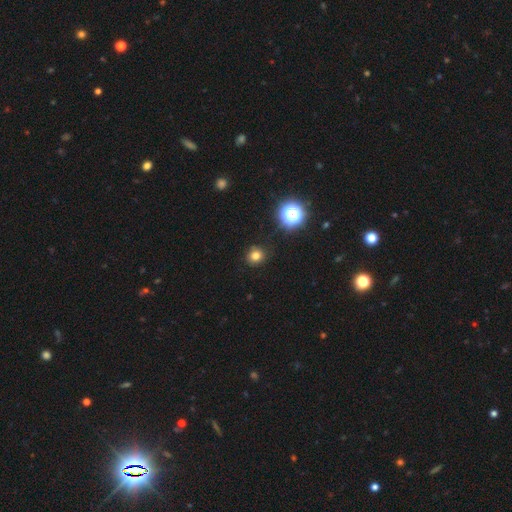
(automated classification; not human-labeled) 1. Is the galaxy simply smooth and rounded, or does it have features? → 77% smooth, 17% star or artifact, 6% featured or disk.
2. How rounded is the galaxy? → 87% round, 12% in between, 1% cigar-shaped.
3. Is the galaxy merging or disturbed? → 89% none, 7% minor disturbance, 2% major disturbance, 1% merger.